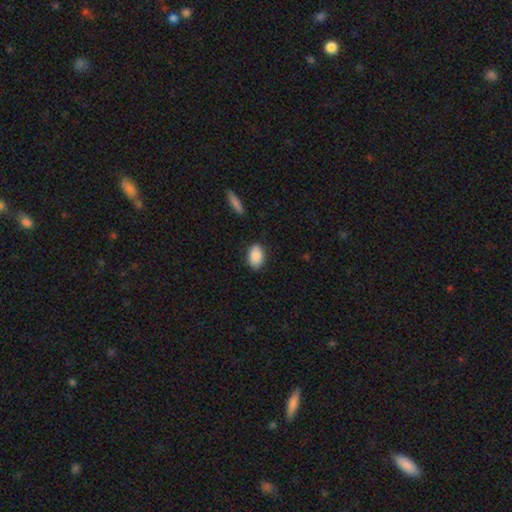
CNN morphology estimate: Overall: smooth (88%). How rounded: in between (85%). Merging: none (86%).